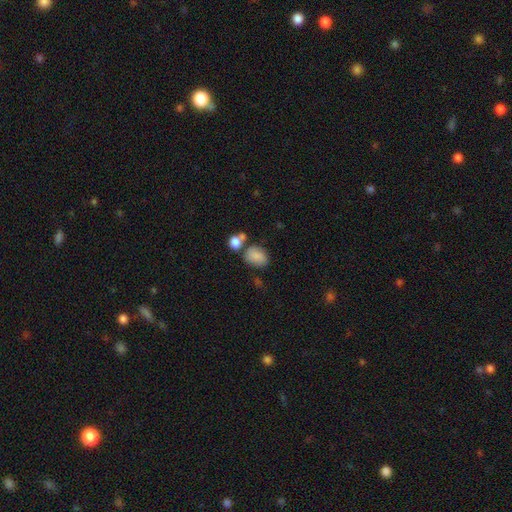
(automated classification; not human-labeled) This is clearly a smooth galaxy (83%). How rounded: likely in between (67%). Merging: possibly none (52%).